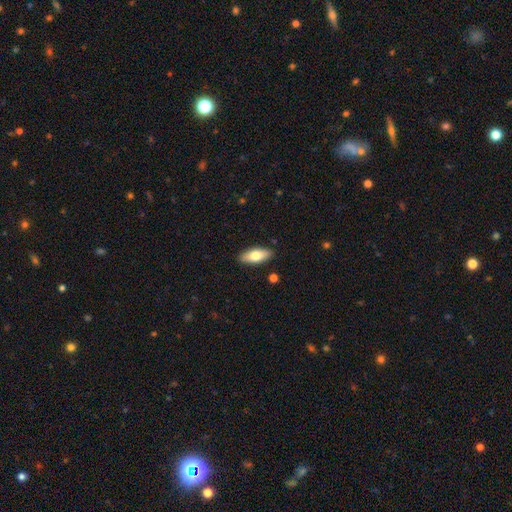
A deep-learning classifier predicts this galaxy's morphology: smooth_or_featured: smooth (p=0.71) [alt: featured or disk p=0.23]
how_rounded: in between (p=0.79) [alt: cigar-shaped p=0.19]
merging: none (p=0.89) [alt: minor disturbance p=0.08]